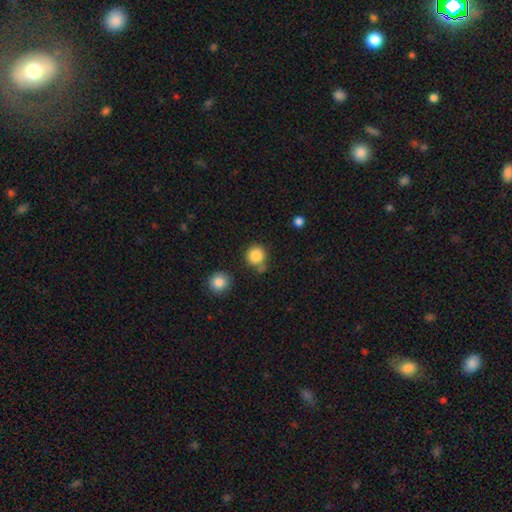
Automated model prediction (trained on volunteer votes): A smooth galaxy with no disk features (86%) that is round (92%).

Vote fractions:
- Smooth or featured? smooth: 86% / star or artifact: 10% / featured or disk: 5%
- How rounded? round: 92% / in between: 7% / cigar-shaped: 1%
- Merging? none: 73% / minor disturbance: 13% / merger: 10% / major disturbance: 4%